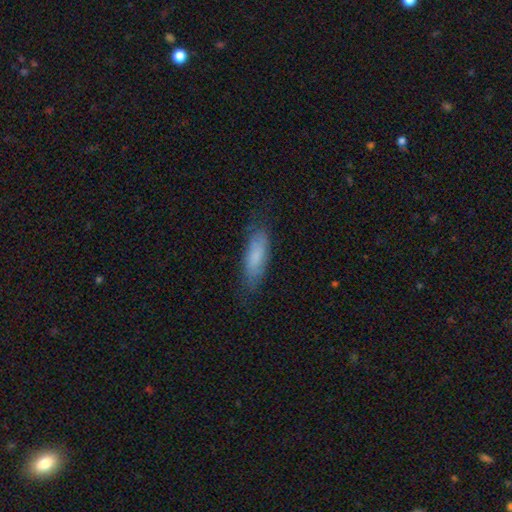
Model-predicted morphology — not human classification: A smooth galaxy with no disk features (71%) that is in between round and cigar-shaped (55%). Merging: none (70%).